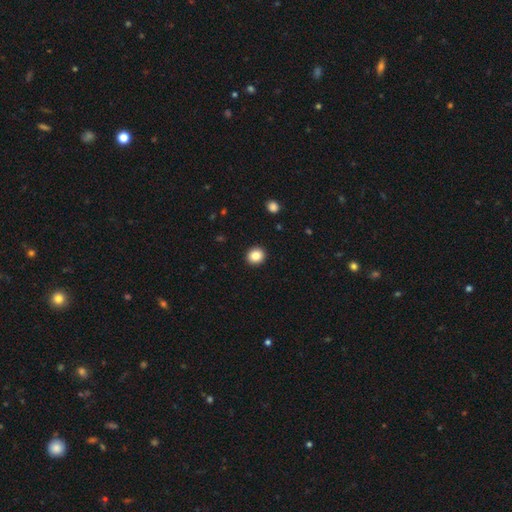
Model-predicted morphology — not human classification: Q: Smooth or featured?
A: smooth (85%); runner-up: star or artifact (10%)
Q: How rounded?
A: round (83%); runner-up: in between (16%)
Q: Merging?
A: none (93%); runner-up: minor disturbance (5%)